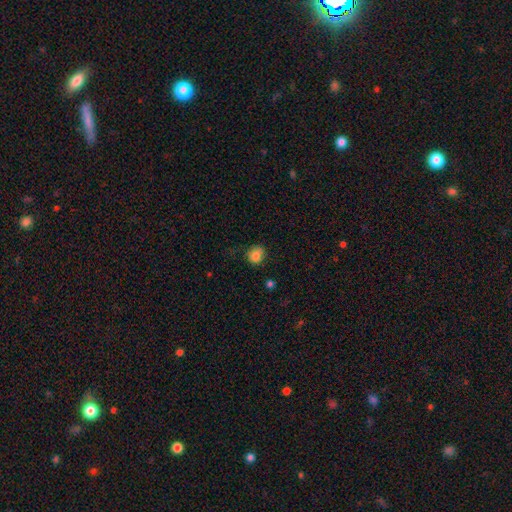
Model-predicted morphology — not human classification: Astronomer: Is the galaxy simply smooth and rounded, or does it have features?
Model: smooth — 83%.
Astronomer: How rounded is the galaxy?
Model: round — 68%.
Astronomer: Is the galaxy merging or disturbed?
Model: none — 66%.